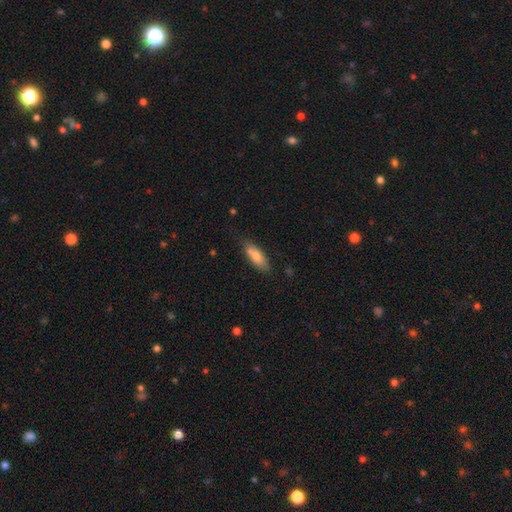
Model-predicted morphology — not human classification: Smooth or featured? smooth (76%)
How rounded? in between (60%)
Merging? none (73%)